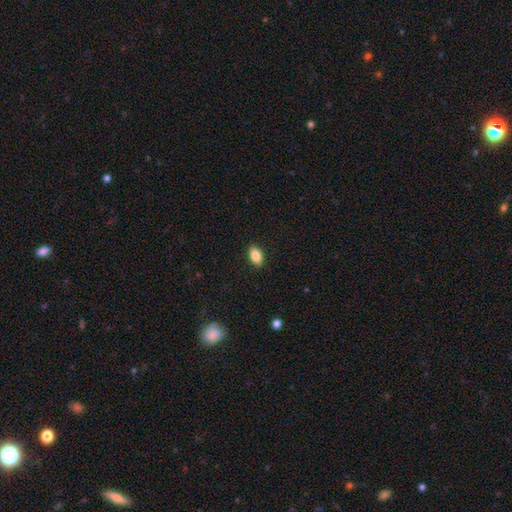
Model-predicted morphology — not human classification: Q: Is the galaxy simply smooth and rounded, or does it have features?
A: smooth — 83%.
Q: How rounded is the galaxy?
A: in between — 89%.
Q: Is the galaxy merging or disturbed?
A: none — 89%.